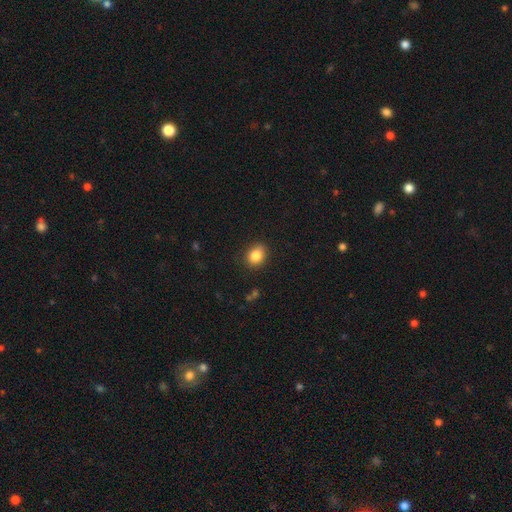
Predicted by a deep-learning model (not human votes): This is clearly a smooth galaxy (85%). How rounded: likely round (61%). Merging: clearly none (82%).